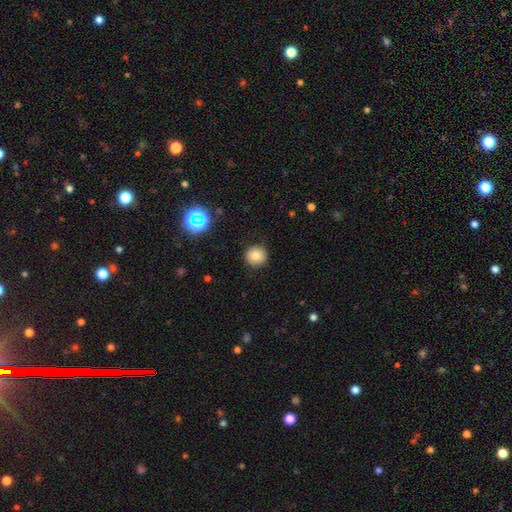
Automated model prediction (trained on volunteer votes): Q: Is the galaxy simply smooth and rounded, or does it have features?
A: smooth — 80%.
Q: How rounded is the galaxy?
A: round — 94%.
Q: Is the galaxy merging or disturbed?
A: none — 89%.